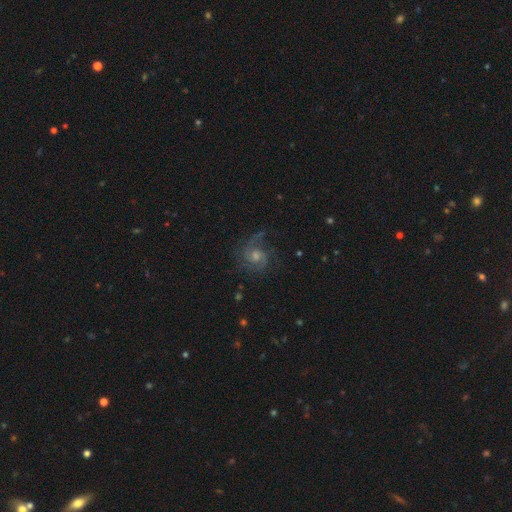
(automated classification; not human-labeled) The model was most divided on "spiral winding": medium: 48%, tight: 30%, loose: 22%. More confident: edge-on disk — no (98%); spiral arms — yes (95%); smooth or featured — featured or disk (77%); merging — none (67%); bar — no (66%); bulge size — moderate (54%); spiral arm count — 2 (50%).